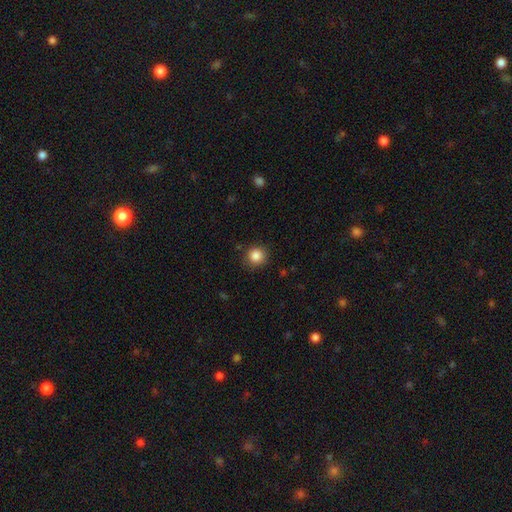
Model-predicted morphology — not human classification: This is clearly a smooth galaxy (85%). How rounded: clearly round (91%). Merging: clearly none (87%).